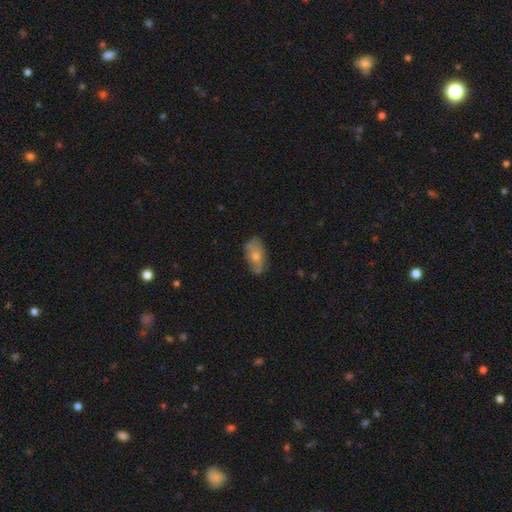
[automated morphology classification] This is likely a smooth galaxy (63%). How rounded: clearly in between (90%). Merging: likely none (65%).